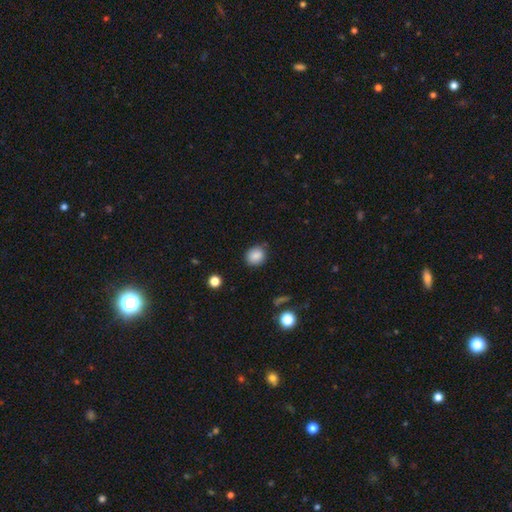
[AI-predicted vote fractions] Morphology: type=smooth (86%); roundness=round (72%); merging=none (81%).